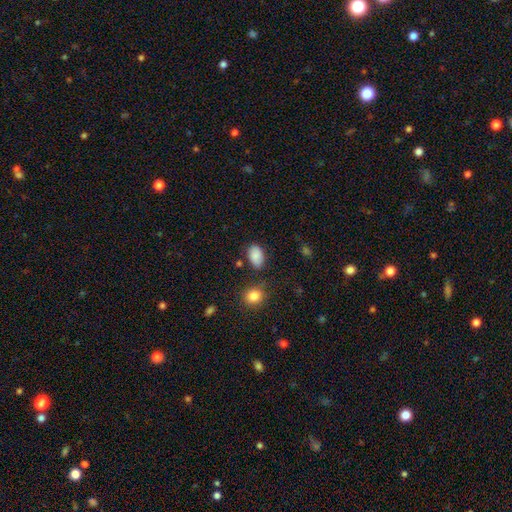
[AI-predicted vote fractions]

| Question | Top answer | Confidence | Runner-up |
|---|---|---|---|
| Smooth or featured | smooth | 86% | star or artifact (8%) |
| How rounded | in between | 87% | round (11%) |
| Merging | none | 72% | minor disturbance (19%) |